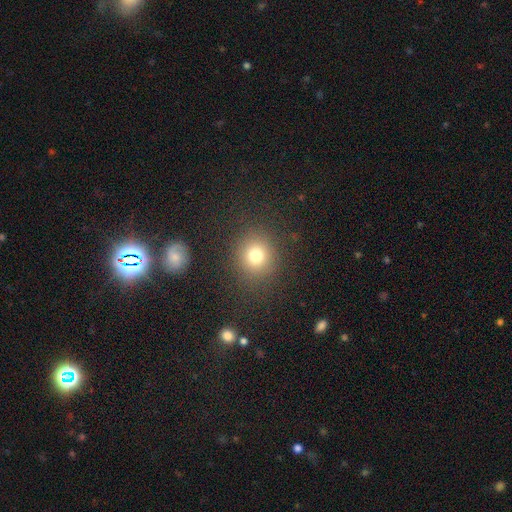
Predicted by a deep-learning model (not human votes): Overall: smooth (77%). How rounded: round (86%). Merging: none (87%).